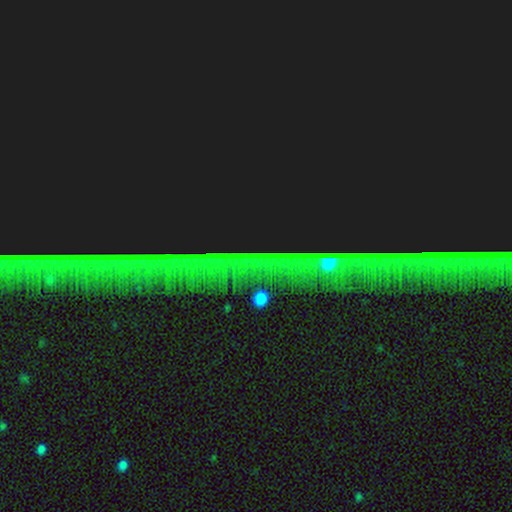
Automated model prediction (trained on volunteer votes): smooth_or_featured: star or artifact (p=0.85) [alt: featured or disk p=0.08]